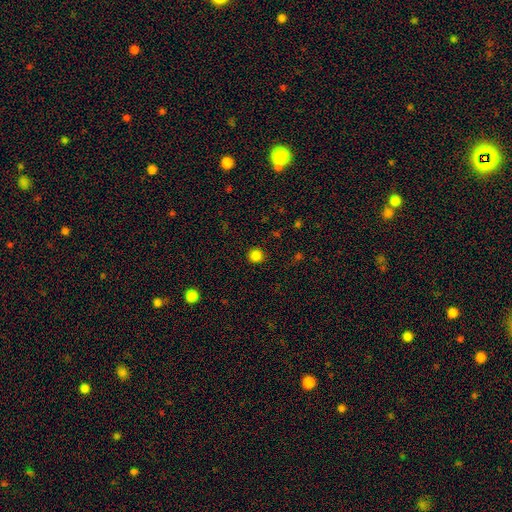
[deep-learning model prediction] Smooth or featured?
  - smooth: 85% *
  - star or artifact: 12%
  - featured or disk: 3%
How rounded?
  - round: 94% *
  - in between: 5%
  - cigar-shaped: 1%
Merging?
  - none: 92% *
  - minor disturbance: 5%
  - major disturbance: 2%
  - merger: 1%